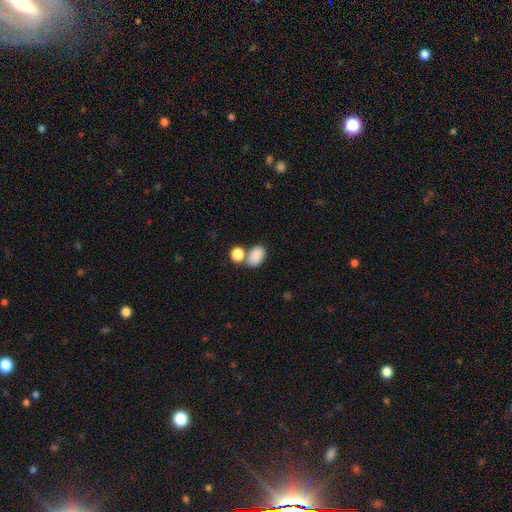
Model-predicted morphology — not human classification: This appears to be a smooth galaxy with no disk features (86%) that is in between round and cigar-shaped (85%). Merging: none (55%).